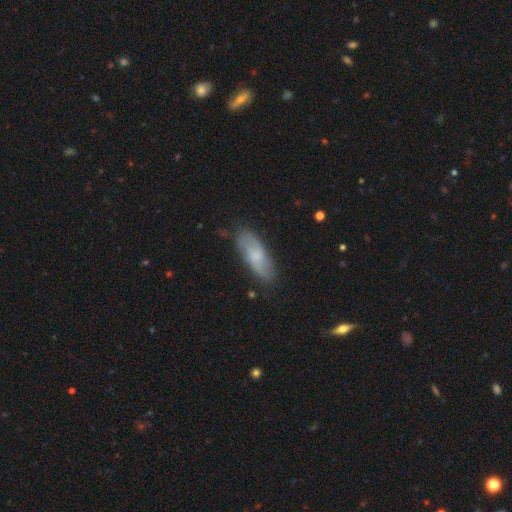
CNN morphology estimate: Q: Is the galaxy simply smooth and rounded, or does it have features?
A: smooth — 48%.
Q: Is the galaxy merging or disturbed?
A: none — 78%.